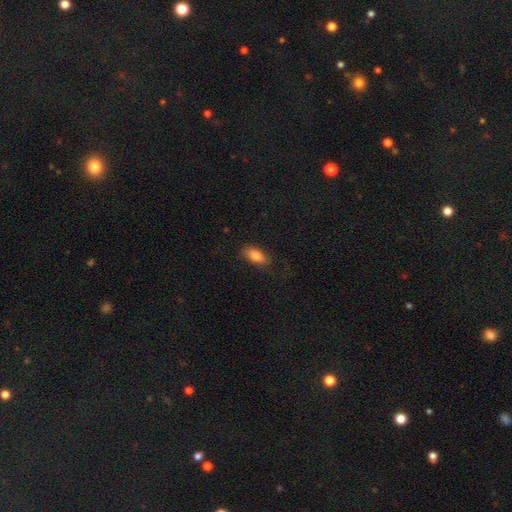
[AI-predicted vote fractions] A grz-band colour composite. It shows a smooth galaxy with no disk features (81%) that is in between round and cigar-shaped (87%). Merging: none (78%).